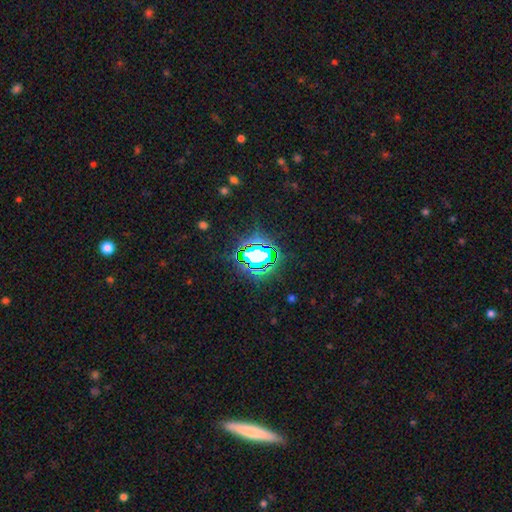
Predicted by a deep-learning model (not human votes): Smooth or featured: star or artifact — 73% (smooth — 15%)